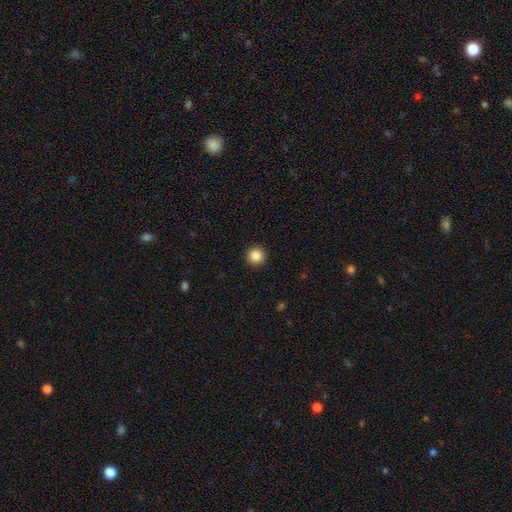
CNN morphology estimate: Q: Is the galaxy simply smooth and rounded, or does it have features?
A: smooth — 87%.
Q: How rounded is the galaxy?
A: round — 96%.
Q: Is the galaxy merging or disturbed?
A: none — 93%.